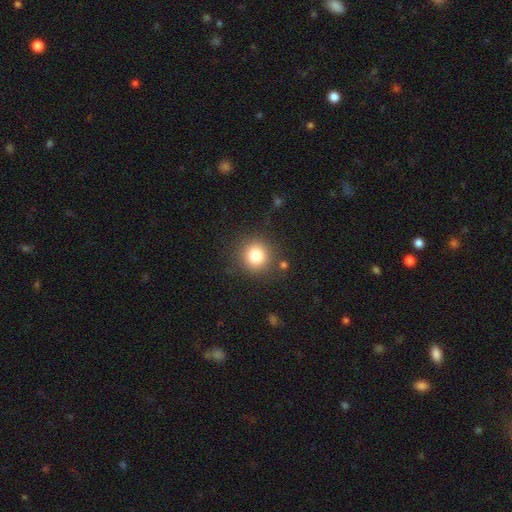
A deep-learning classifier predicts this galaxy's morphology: type=smooth (80%); roundness=round (91%); merging=none (86%).